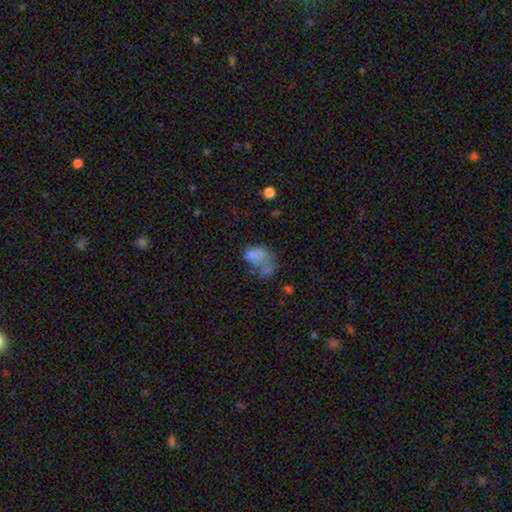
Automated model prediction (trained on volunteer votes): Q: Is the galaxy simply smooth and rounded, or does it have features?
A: smooth — 57%.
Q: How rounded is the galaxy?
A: in between — 76%.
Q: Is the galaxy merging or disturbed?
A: major disturbance — 44%.